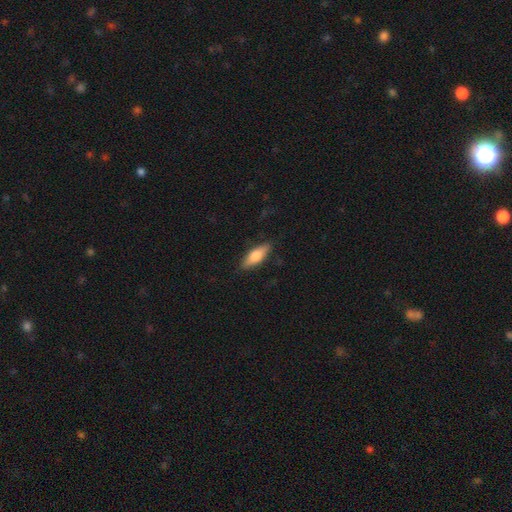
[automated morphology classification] The model was most divided on "how rounded": in between: 60%, cigar-shaped: 38%, round: 2%. More confident: merging — none (85%); smooth or featured — smooth (68%).